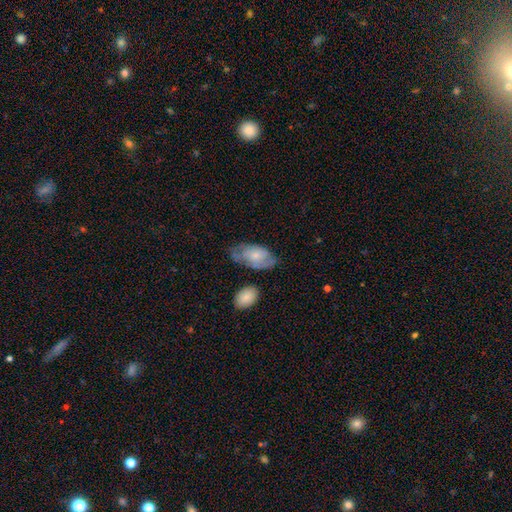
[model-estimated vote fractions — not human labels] The model was most divided on "smooth or featured": smooth: 50%, featured or disk: 44%, star or artifact: 6%. More confident: how rounded — in between (92%); merging — none (53%).